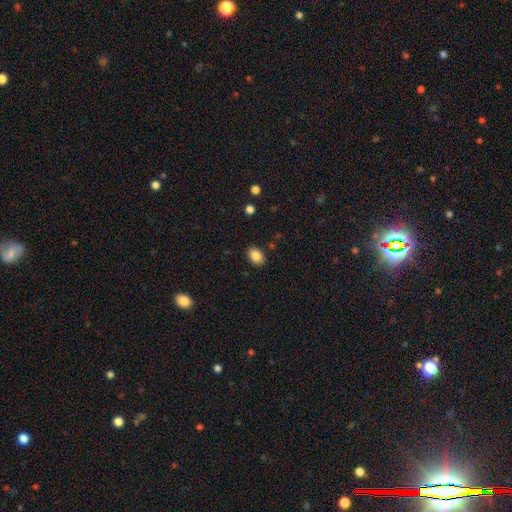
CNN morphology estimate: smooth_or_featured: smooth (p=0.86) [alt: star or artifact p=0.09]
how_rounded: in between (p=0.77) [alt: round p=0.22]
merging: none (p=0.87) [alt: minor disturbance p=0.10]